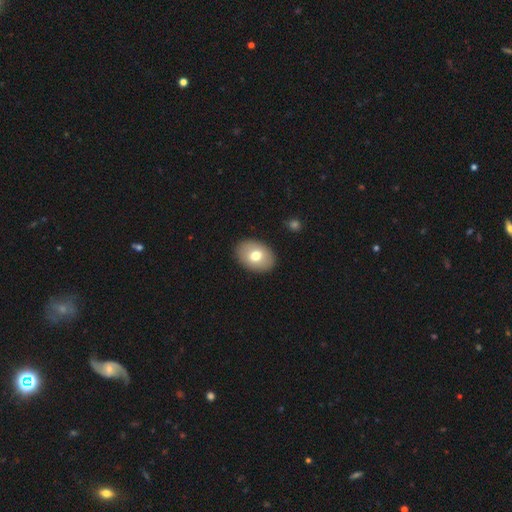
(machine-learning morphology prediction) Smooth or featured?
  - smooth: 72% *
  - featured or disk: 21%
  - star or artifact: 7%
How rounded?
  - in between: 77% *
  - round: 22%
  - cigar-shaped: 1%
Merging?
  - none: 89% *
  - minor disturbance: 8%
  - major disturbance: 2%
  - merger: 1%